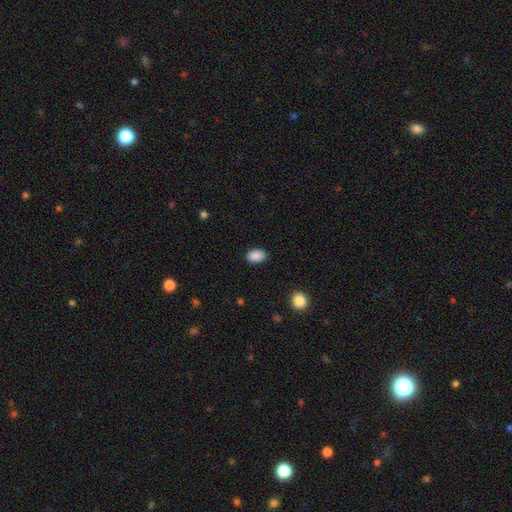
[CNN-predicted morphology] A smooth galaxy with no disk features (90%) that is in between round and cigar-shaped (83%). Merging: none (87%).